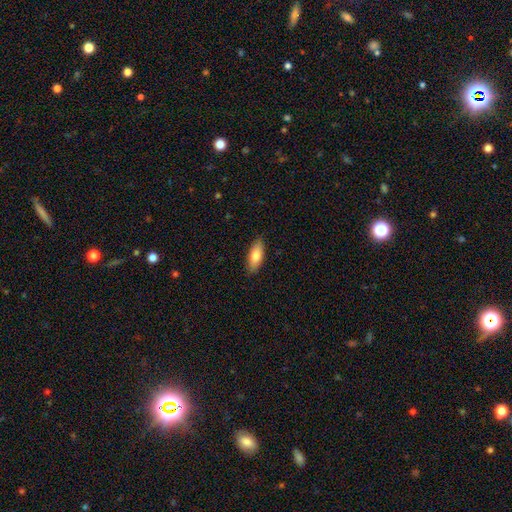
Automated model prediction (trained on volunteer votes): Morphology: type=smooth (80%); roundness=in between (76%); merging=none (87%).